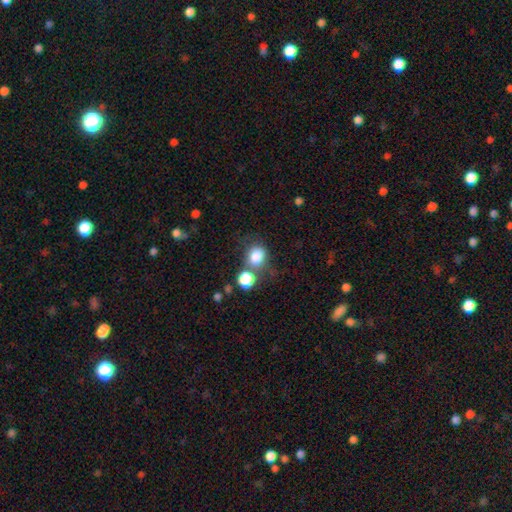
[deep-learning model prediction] This appears to be a smooth galaxy with no disk features (81%) that is round (64%). Merging: none (59%).